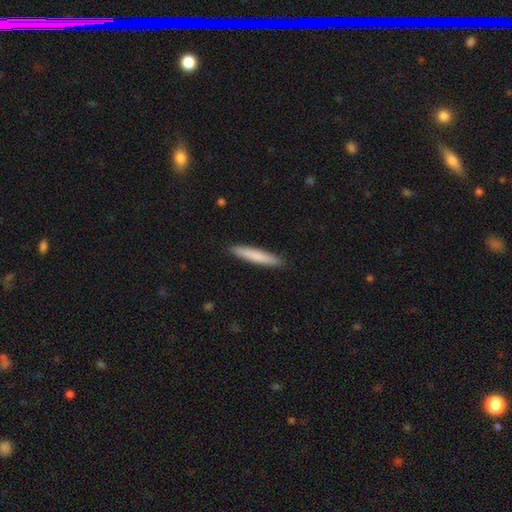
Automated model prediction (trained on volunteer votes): smooth-or-featured: smooth: 79% | featured or disk: 16% | star or artifact: 5%
  how-rounded: cigar-shaped: 93% | in between: 6% | round: 1%
  merging: none: 91% | minor disturbance: 7% | major disturbance: 1% | merger: 1%